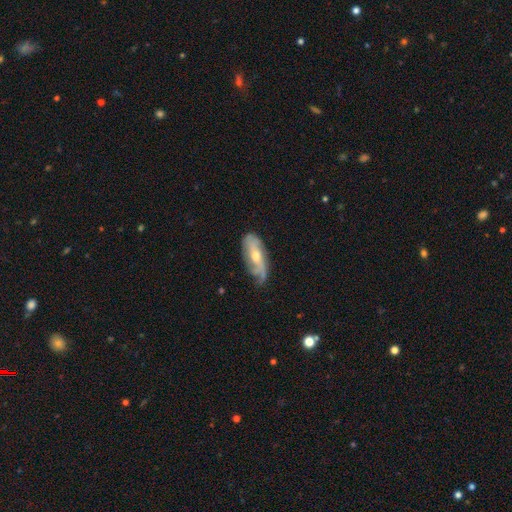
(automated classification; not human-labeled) This appears to be a featured or disk galaxy (71%) with no bar (56%), 2 (42%) medium (37%) spiral arms (86%) and a moderate central bulge (62%). Merging: none (58%).